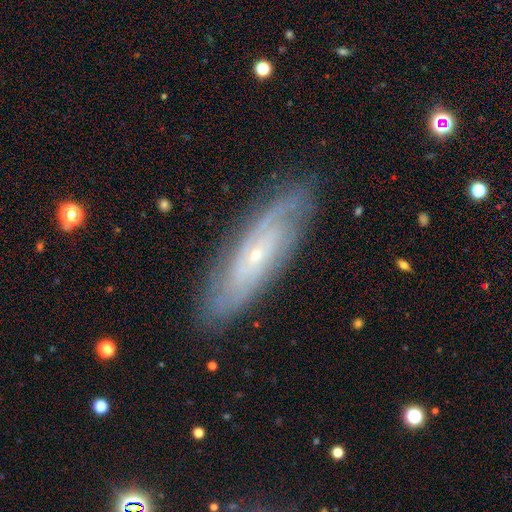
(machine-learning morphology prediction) smooth-or-featured: featured or disk: 78% | smooth: 16% | star or artifact: 7%
  disk-edge-on: no: 79% | yes: 21%
    bar: no: 68% | weak: 25% | strong: 7%
    has-spiral-arms: yes: 91% | no: 9%
      spiral-winding: tight: 62% | medium: 29% | loose: 9%
      spiral-arm-count: can't tell: 47% | 2: 26% | 3: 10% | 4: 7% | more than 4: 5% | 1: 5%
    bulge-size: small: 84% | moderate: 13% | none: 2% | large: 1% | dominant: 1%
  merging: none: 84% | minor disturbance: 12% | major disturbance: 3% | merger: 1%